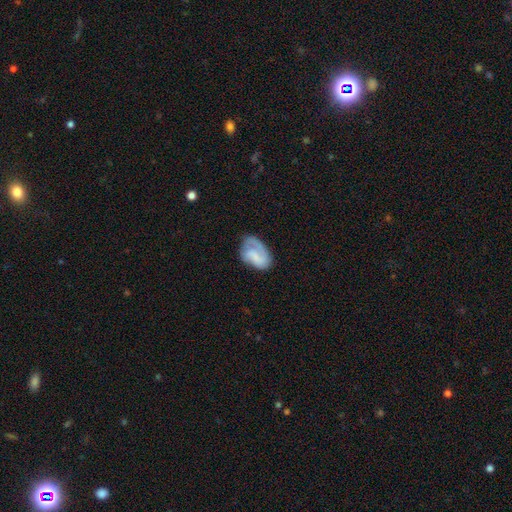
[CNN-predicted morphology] Smooth or featured? featured or disk (50%)
Edge-on disk? no (97%)
Merging? none (51%)